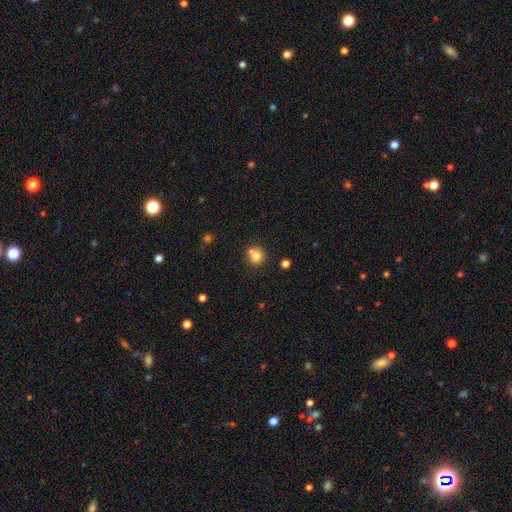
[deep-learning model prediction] A smooth galaxy with no disk features (79%) that is round (82%). Merging: none (56%).